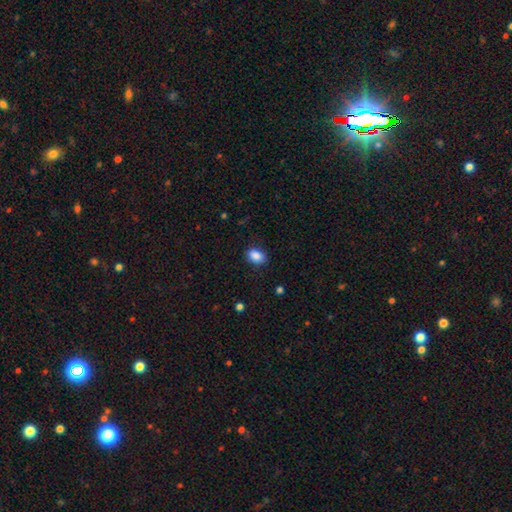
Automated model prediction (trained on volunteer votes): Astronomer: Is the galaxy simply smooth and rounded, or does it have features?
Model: smooth — 88%.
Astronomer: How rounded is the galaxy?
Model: in between — 80%.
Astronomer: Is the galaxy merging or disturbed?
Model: none — 86%.